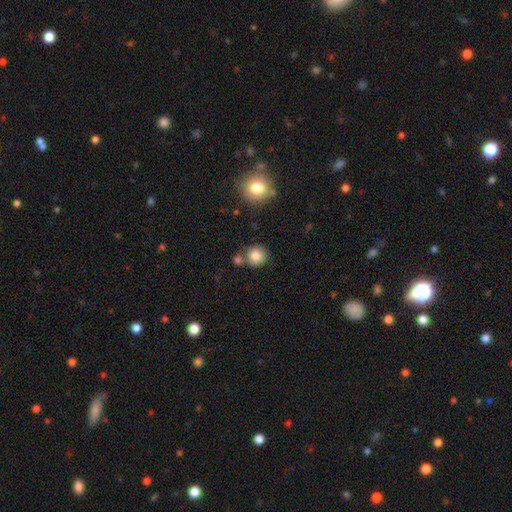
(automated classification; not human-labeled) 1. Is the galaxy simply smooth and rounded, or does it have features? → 82% smooth, 10% star or artifact, 8% featured or disk.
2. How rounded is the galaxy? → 88% round, 11% in between, 1% cigar-shaped.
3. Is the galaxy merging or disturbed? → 67% none, 18% merger, 12% minor disturbance, 3% major disturbance.